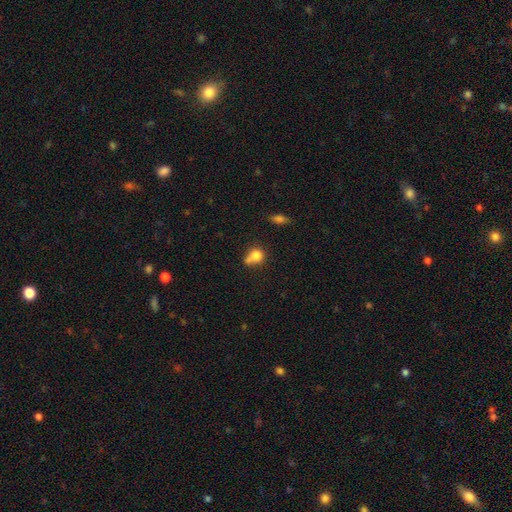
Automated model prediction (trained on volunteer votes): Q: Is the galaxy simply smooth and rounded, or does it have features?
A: smooth — 78%.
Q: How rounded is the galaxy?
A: round — 71%.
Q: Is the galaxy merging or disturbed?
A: none — 38%.